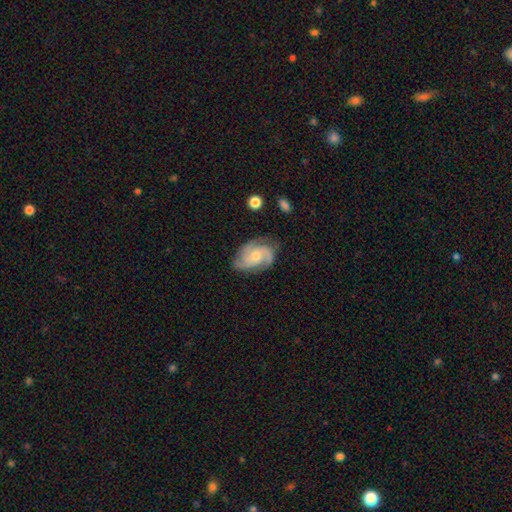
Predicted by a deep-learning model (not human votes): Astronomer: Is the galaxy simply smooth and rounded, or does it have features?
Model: featured or disk — 84%.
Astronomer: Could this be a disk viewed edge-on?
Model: no — 97%.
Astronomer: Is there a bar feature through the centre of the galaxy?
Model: no — 72%.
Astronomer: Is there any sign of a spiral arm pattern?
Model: yes — 97%.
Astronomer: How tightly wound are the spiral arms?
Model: medium — 47% (runner-up: tight, 41%).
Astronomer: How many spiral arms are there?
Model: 3 — 61%.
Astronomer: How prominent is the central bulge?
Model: moderate — 48% (runner-up: small, 47%).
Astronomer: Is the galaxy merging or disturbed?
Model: none — 72%.